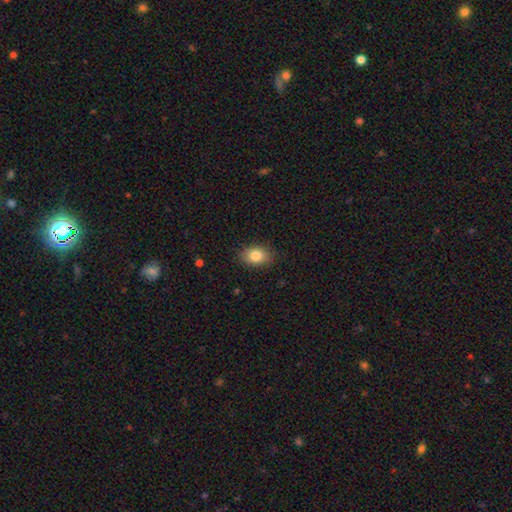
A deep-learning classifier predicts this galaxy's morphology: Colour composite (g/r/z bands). It shows a smooth galaxy with no disk features (83%) that is in between round and cigar-shaped (75%). Merging: none (85%).